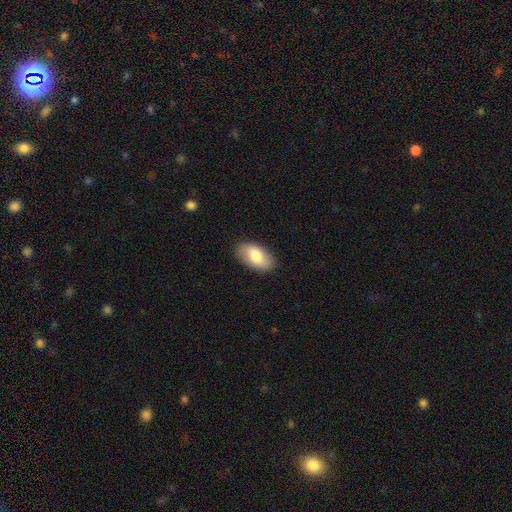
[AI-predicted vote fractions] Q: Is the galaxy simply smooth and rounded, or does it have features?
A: smooth — 78%.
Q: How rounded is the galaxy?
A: in between — 94%.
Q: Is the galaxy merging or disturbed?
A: none — 87%.